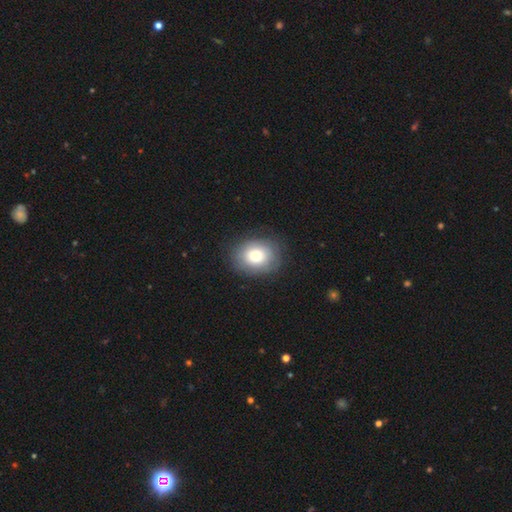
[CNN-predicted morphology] A smooth galaxy with no disk features (75%) that is in between round and cigar-shaped (51%).

Vote fractions:
- Smooth or featured? smooth: 75% / featured or disk: 17% / star or artifact: 9%
- How rounded? in between: 51% / round: 48% / cigar-shaped: 1%
- Merging? none: 82% / minor disturbance: 12% / major disturbance: 4% / merger: 1%